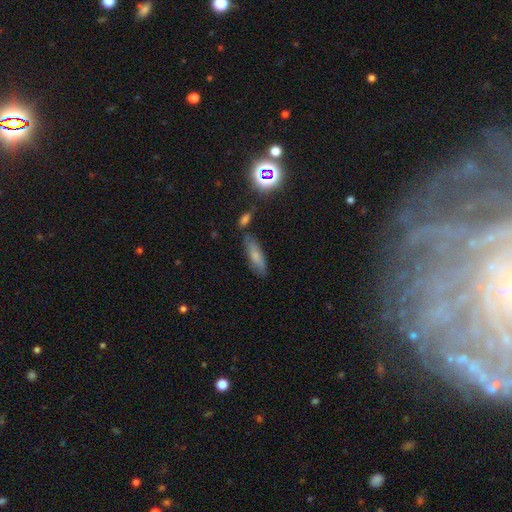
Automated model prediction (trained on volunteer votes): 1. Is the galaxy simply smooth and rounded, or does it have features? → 67% smooth, 20% featured or disk, 13% star or artifact.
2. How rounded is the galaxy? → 49% cigar-shaped, 47% in between, 4% round.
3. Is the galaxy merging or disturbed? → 73% none, 16% minor disturbance, 7% merger, 4% major disturbance.